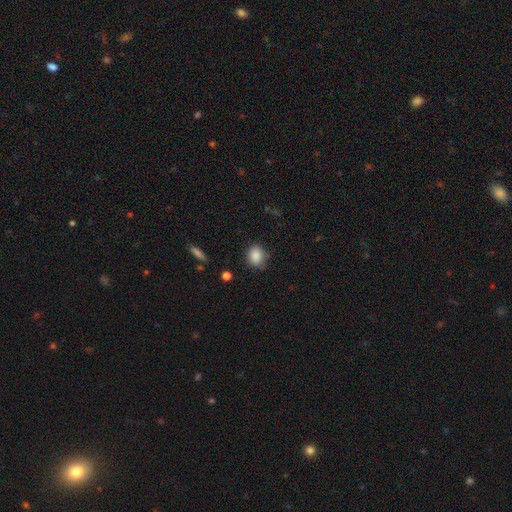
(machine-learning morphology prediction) This is clearly a smooth galaxy (87%). How rounded: possibly round (54%). Merging: likely none (76%).